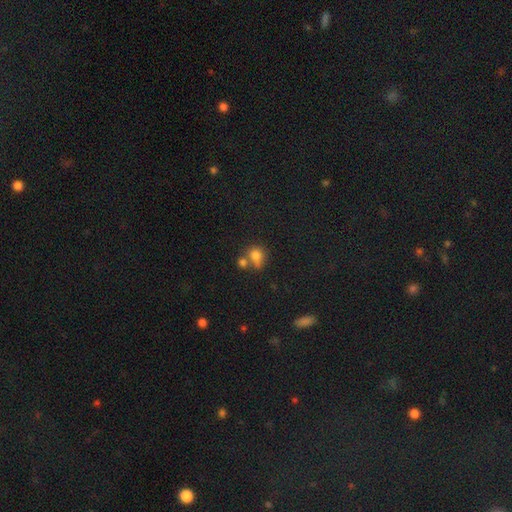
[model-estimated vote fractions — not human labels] Smooth or featured?
  - smooth: 76% *
  - star or artifact: 13%
  - featured or disk: 11%
How rounded?
  - round: 73% *
  - in between: 26%
  - cigar-shaped: 2%
Merging?
  - none: 42% *
  - merger: 38%
  - minor disturbance: 14%
  - major disturbance: 6%